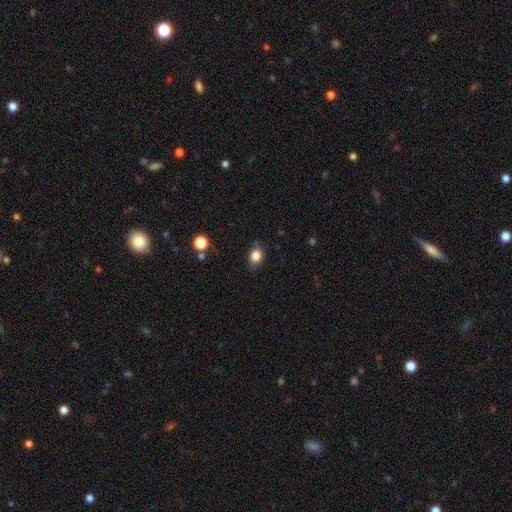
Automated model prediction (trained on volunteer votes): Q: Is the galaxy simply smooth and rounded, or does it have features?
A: smooth — 83%.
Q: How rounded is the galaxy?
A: in between — 61%.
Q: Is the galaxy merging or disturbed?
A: none — 79%.